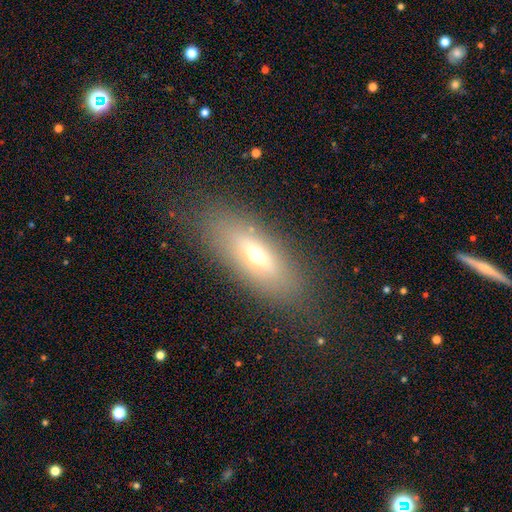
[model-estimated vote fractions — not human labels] Q: Smooth or featured?
A: smooth (55%); runner-up: featured or disk (33%)
Q: How rounded?
A: in between (66%); runner-up: cigar-shaped (30%)
Q: Merging?
A: none (79%); runner-up: minor disturbance (13%)